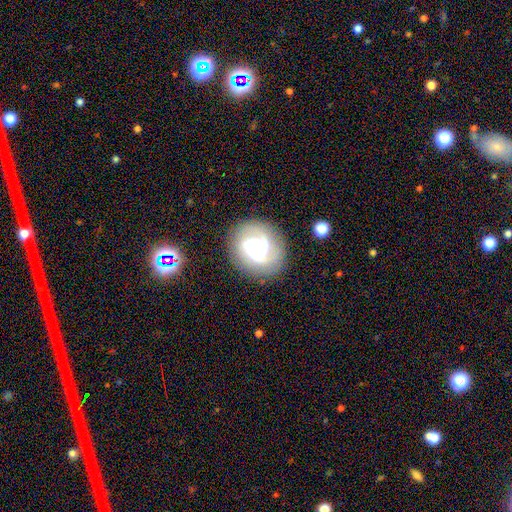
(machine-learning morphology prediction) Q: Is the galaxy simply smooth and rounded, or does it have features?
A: featured or disk — 82%.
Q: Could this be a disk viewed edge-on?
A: no — 98%.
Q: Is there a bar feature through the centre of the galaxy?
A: no — 65%.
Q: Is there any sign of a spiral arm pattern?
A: yes — 97%.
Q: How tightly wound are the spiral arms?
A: tight — 49%.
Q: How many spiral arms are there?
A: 3 — 40%.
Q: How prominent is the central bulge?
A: small — 49%.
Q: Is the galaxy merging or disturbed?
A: none — 81%.